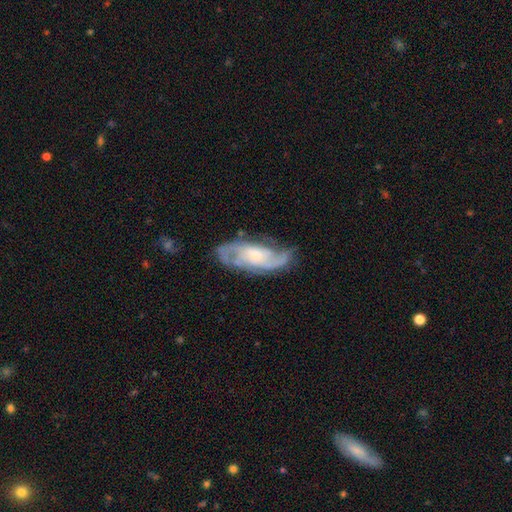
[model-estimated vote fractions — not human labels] Smooth or featured?
  - featured or disk: 83% *
  - smooth: 12%
  - star or artifact: 5%
Edge-on disk?
  - no: 94% *
  - yes: 6%
Bar?
  - no: 62% *
  - weak: 31%
  - strong: 7%
Spiral arms?
  - yes: 95% *
  - no: 5%
Spiral winding?
  - medium: 47% *
  - tight: 32%
  - loose: 21%
Spiral arm count?
  - 2: 62% *
  - can't tell: 16%
  - 3: 13%
  - 1: 4%
  - 4: 3%
  - more than 4: 3%
Bulge size?
  - small: 52% *
  - moderate: 36%
  - none: 6%
  - large: 5%
  - dominant: 1%
Merging?
  - none: 70% *
  - minor disturbance: 20%
  - major disturbance: 9%
  - merger: 2%